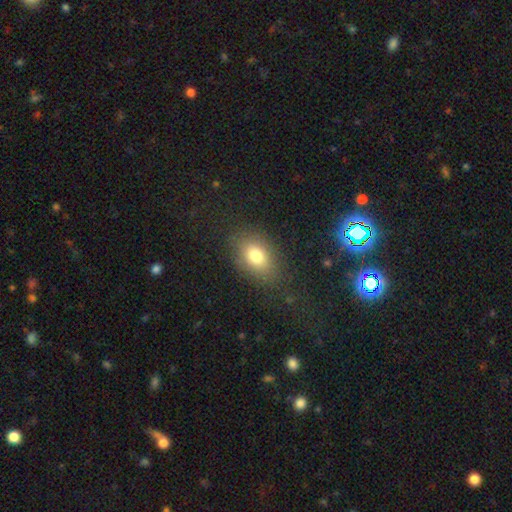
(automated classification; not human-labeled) smooth-or-featured: smooth: 77% | featured or disk: 12% | star or artifact: 11%
  how-rounded: in between: 82% | round: 16% | cigar-shaped: 2%
  merging: none: 80% | minor disturbance: 12% | major disturbance: 6% | merger: 1%